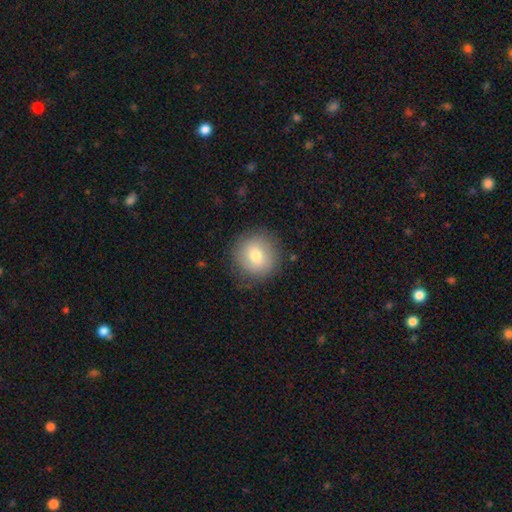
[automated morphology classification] Q: Smooth or featured?
A: smooth (74%); runner-up: featured or disk (16%)
Q: How rounded?
A: round (93%); runner-up: in between (6%)
Q: Merging?
A: none (84%); runner-up: minor disturbance (11%)